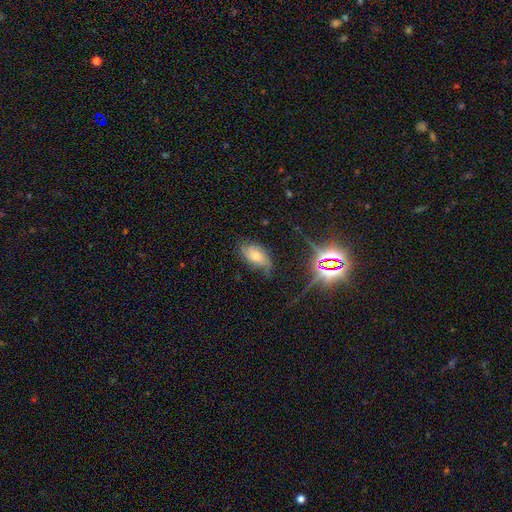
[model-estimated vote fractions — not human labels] smooth 43%, featured or disk 42%, star or artifact 15%. Down the decision tree: merging — none (58%).